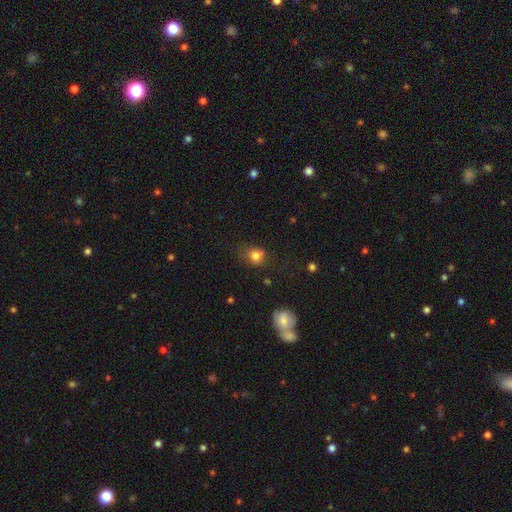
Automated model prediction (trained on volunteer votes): The model was most divided on "merging": none: 60%, minor disturbance: 25%, major disturbance: 10%, merger: 5%. More confident: smooth or featured — smooth (79%); how rounded — round (68%).